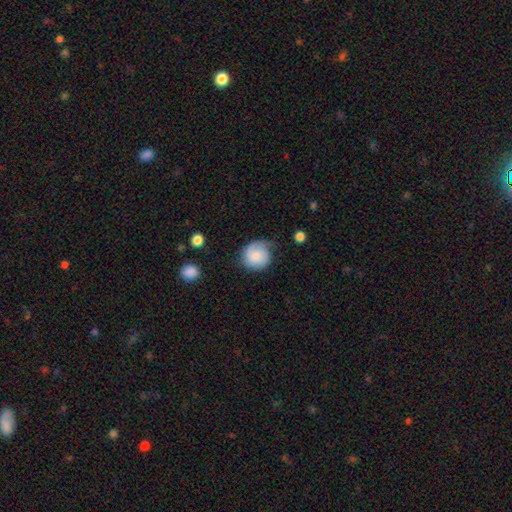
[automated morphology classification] type=smooth (75%); roundness=round (87%); merging=none (59%).